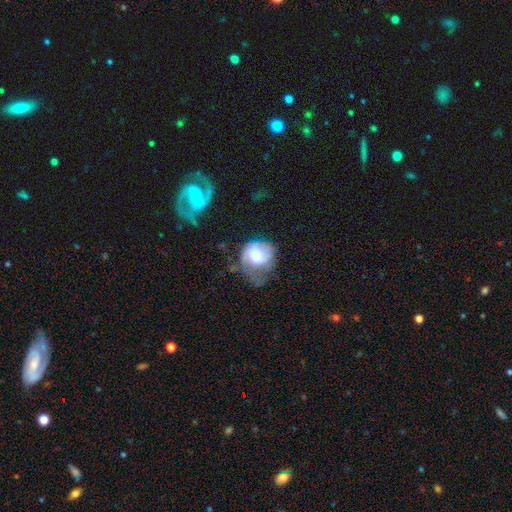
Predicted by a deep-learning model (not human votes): Q: Smooth or featured?
A: smooth (53%); runner-up: featured or disk (40%)
Q: How rounded?
A: round (67%); runner-up: in between (32%)
Q: Merging?
A: major disturbance (38%); runner-up: minor disturbance (32%)